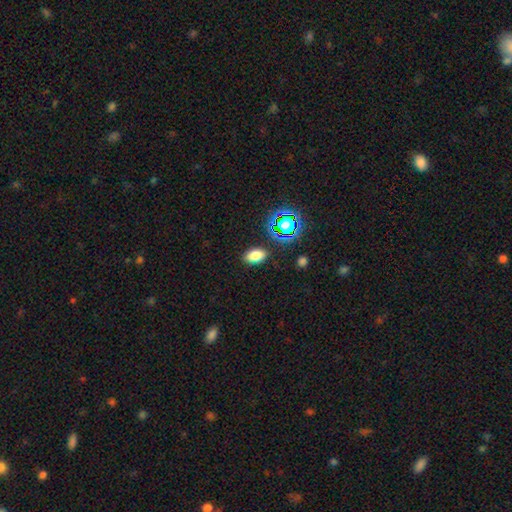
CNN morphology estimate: This appears to be a smooth galaxy with no disk features (76%) that is in between round and cigar-shaped (89%). Merging: none (85%).